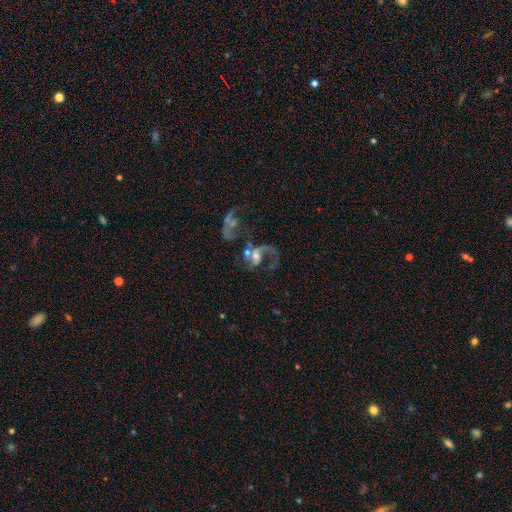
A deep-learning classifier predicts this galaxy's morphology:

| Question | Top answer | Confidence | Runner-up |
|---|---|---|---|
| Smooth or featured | featured or disk | 72% | smooth (17%) |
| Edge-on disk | no | 97% | yes (3%) |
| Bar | no | 60% | weak (29%) |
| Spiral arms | yes | 76% | no (24%) |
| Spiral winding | loose | 67% | medium (26%) |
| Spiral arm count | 1 | 47% | 2 (42%) |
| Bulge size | moderate | 50% | small (28%) |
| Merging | merger | 43% | major disturbance (30%) |